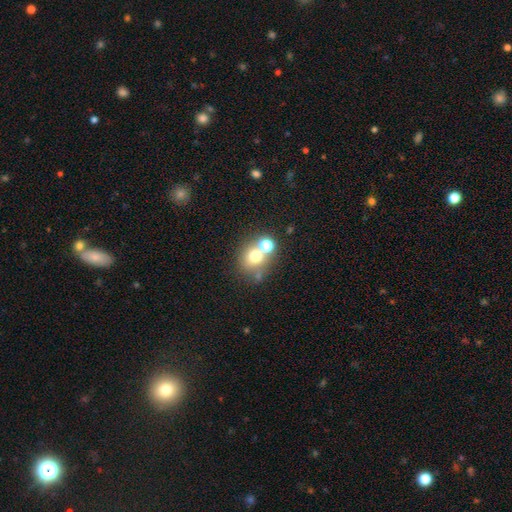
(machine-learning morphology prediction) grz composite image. It shows a smooth galaxy with no disk features (66%) that is round (74%). Merging: none (49%).